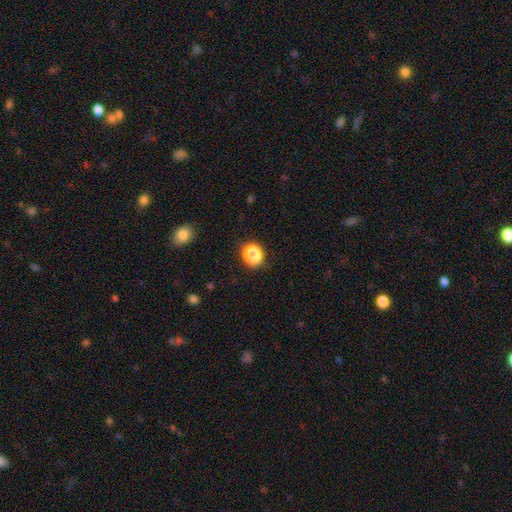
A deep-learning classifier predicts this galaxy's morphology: Smooth or featured? Predicted: smooth (p=0.84). How rounded? Predicted: round (p=0.62). Merging? Predicted: none (p=0.81).